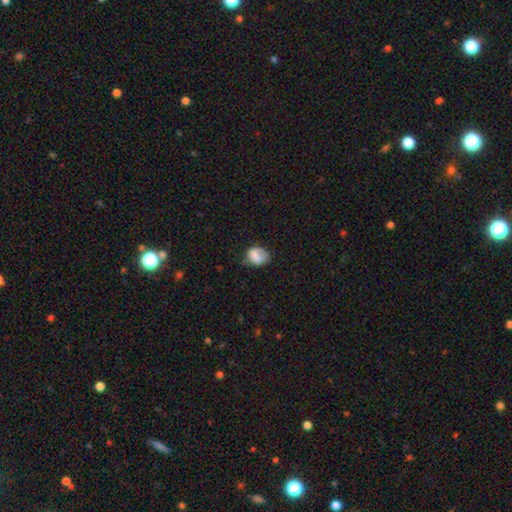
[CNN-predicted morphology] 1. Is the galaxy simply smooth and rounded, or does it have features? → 76% smooth, 15% featured or disk, 9% star or artifact.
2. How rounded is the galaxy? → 56% in between, 42% round, 1% cigar-shaped.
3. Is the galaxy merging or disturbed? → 51% none, 33% minor disturbance, 14% major disturbance, 2% merger.